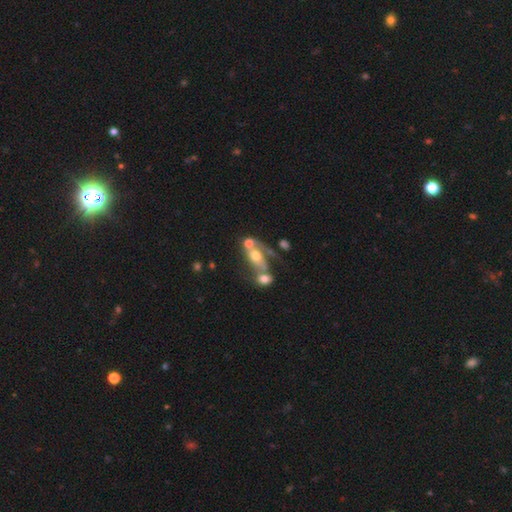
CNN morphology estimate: This is possibly a featured or disk galaxy (48%). Merging: possibly merger (55%).